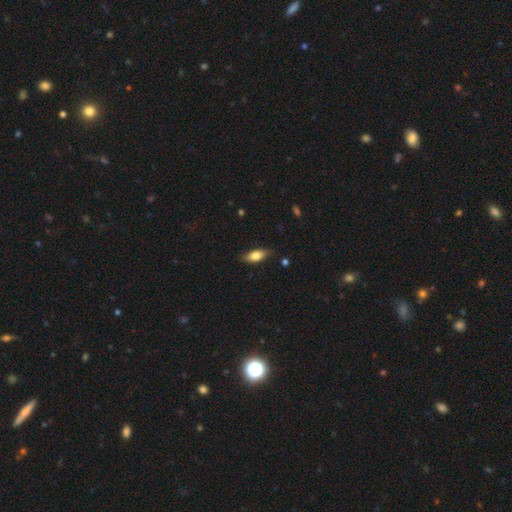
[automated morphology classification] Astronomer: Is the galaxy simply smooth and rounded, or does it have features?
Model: smooth — 76%.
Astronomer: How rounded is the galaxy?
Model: in between — 82%.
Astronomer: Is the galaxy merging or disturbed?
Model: none — 79%.